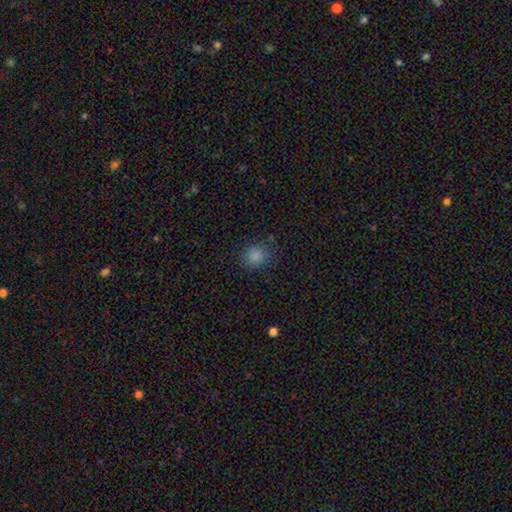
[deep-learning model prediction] smooth_or_featured: smooth (p=0.84) [alt: star or artifact p=0.12]
how_rounded: round (p=0.82) [alt: in between p=0.17]
merging: none (p=0.83) [alt: minor disturbance p=0.12]